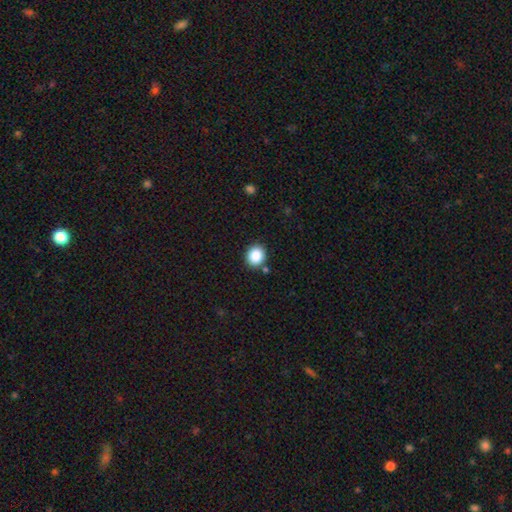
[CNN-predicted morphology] smooth-or-featured: smooth: 87% | star or artifact: 9% | featured or disk: 4%
  how-rounded: round: 73% | in between: 26% | cigar-shaped: 1%
  merging: none: 86% | minor disturbance: 8% | merger: 4% | major disturbance: 2%